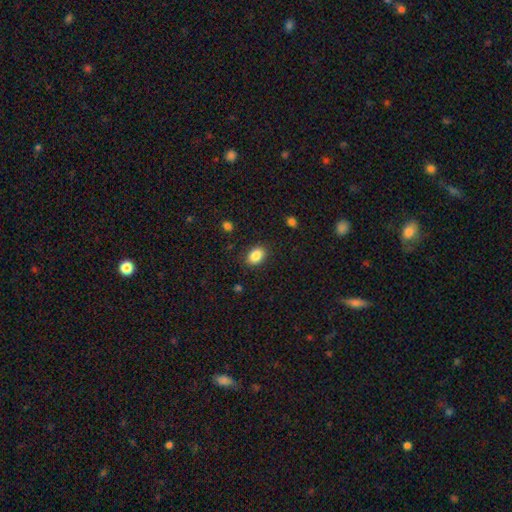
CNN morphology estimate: type=smooth (87%); roundness=in between (81%); merging=none (87%).